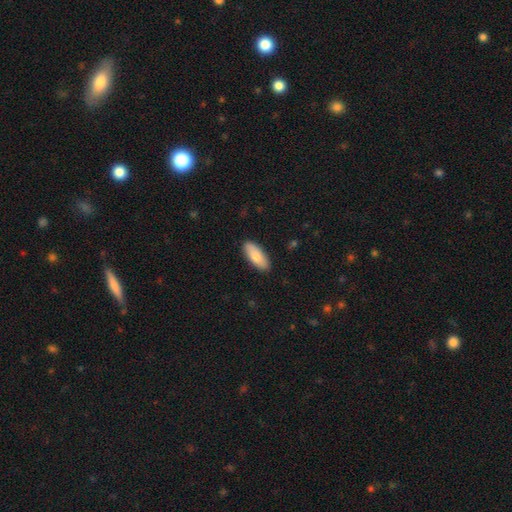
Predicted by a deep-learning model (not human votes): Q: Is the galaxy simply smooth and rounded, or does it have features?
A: smooth — 84%.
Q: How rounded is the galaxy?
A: in between — 79%.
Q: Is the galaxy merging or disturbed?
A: none — 89%.